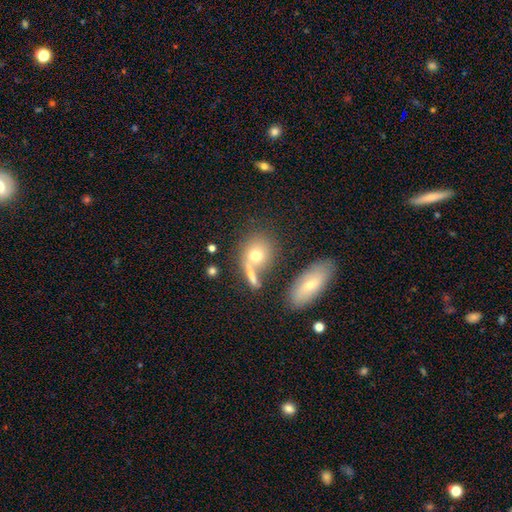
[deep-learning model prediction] Morphology: type=smooth (70%); roundness=round (69%); merging=none (53%).